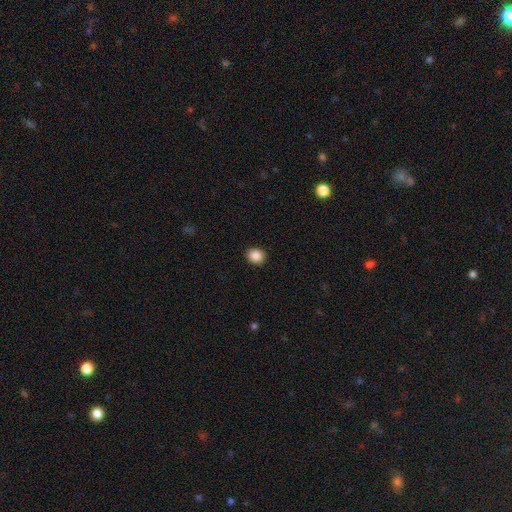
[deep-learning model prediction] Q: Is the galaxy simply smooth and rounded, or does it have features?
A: smooth — 88%.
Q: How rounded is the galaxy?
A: round — 74%.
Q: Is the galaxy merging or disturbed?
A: none — 91%.